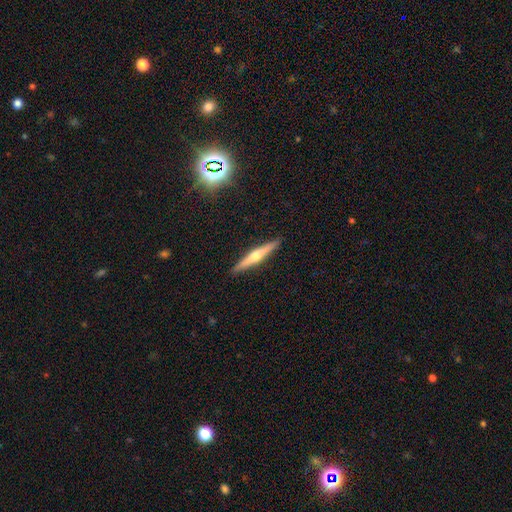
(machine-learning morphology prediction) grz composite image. It shows a featured or disk galaxy (65%) viewed edge-on (97%) with a rounded central bulge (90%). Merging: none (92%).